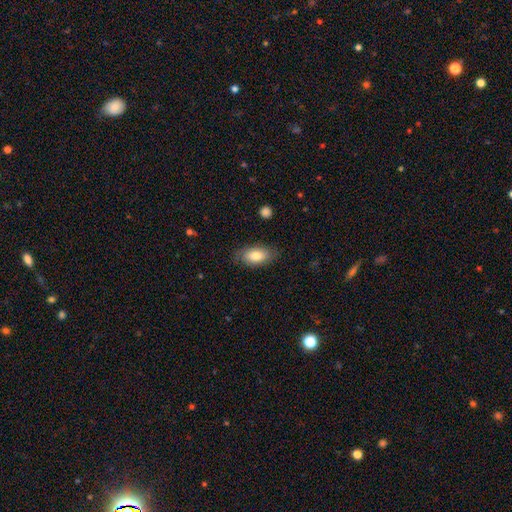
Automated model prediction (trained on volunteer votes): smooth 79%, featured or disk 15%, star or artifact 6%. Down the decision tree: how rounded — in between (91%); merging — none (80%).